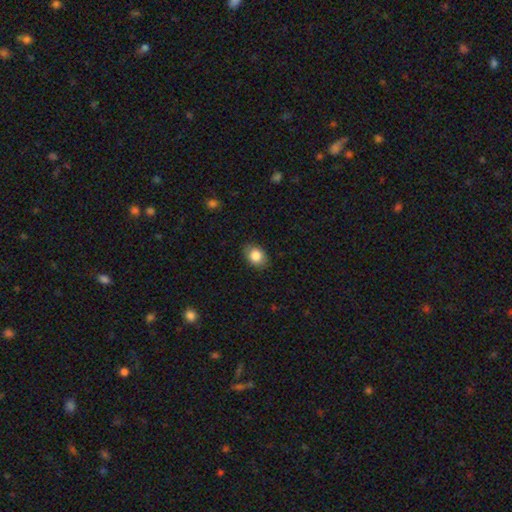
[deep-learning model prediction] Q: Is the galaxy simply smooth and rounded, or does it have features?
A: smooth — 84%.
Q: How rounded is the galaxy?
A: in between — 64%.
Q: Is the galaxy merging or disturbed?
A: none — 85%.